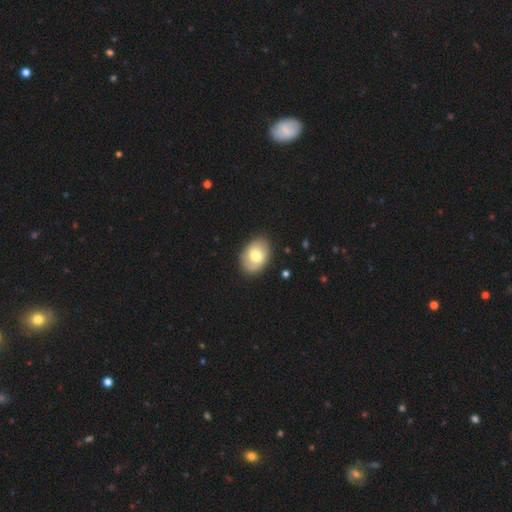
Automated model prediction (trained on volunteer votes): Smooth or featured? Predicted: smooth (p=0.71). How rounded? Predicted: in between (p=0.79). Merging? Predicted: none (p=0.84).